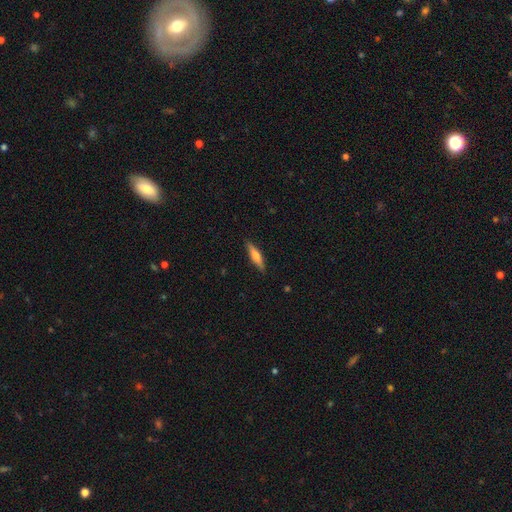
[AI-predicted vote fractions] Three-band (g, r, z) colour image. It shows a smooth galaxy with no disk features (52%) that is cigar-shaped (80%). Merging: none (90%).